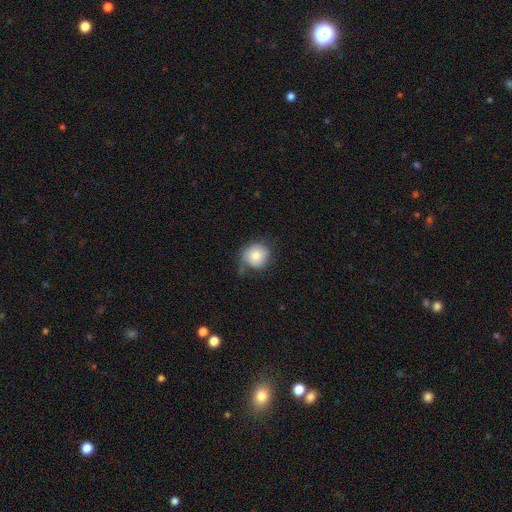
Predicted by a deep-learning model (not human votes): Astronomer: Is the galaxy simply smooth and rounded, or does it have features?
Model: smooth — 75%.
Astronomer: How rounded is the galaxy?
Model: round — 84%.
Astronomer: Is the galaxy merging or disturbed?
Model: none — 47% (runner-up: minor disturbance, 33%).